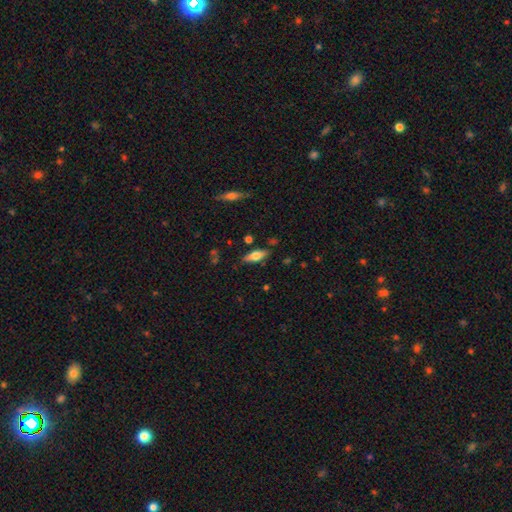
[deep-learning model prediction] The model was most divided on "smooth or featured": smooth: 57%, featured or disk: 36%, star or artifact: 7%. More confident: merging — none (82%); how rounded — in between (67%).